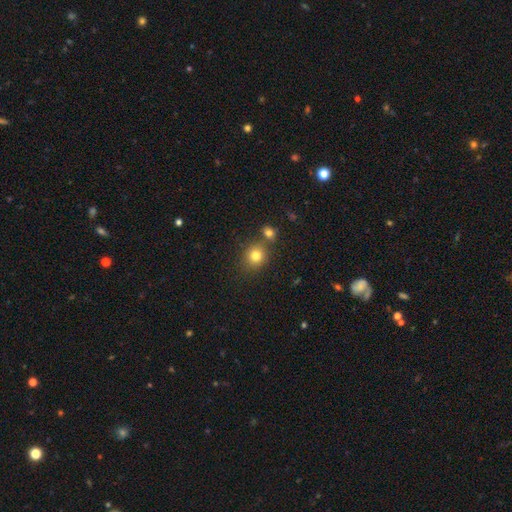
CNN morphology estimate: The model was most divided on "merging": none: 70%, merger: 17%, minor disturbance: 10%, major disturbance: 3%. More confident: how rounded — round (81%); smooth or featured — smooth (80%).